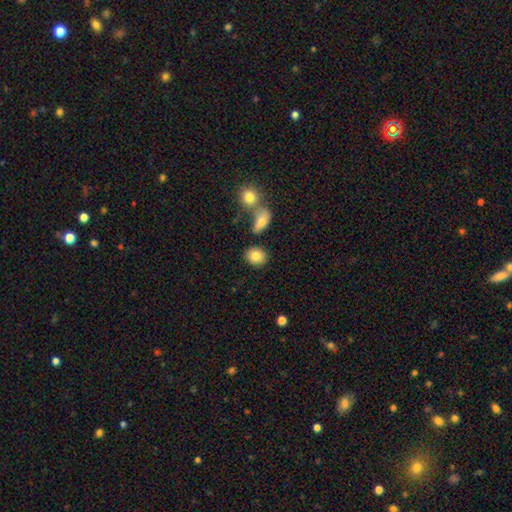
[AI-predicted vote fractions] Morphology: type=smooth (83%); roundness=round (59%); merging=none (78%).